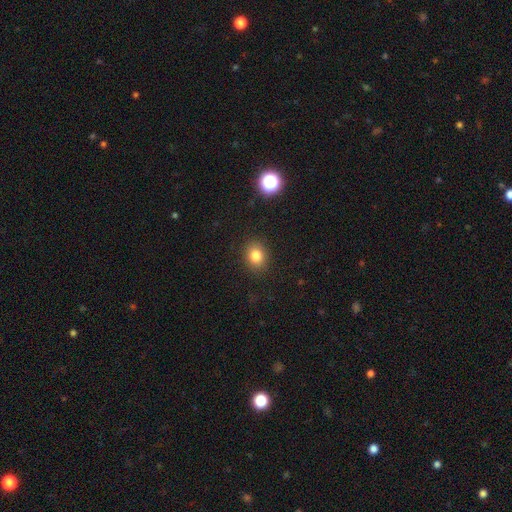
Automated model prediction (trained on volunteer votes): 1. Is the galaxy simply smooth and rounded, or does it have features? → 81% smooth, 12% star or artifact, 7% featured or disk.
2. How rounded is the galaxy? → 61% round, 39% in between, 1% cigar-shaped.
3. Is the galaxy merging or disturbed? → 88% none, 8% minor disturbance, 3% major disturbance, 1% merger.